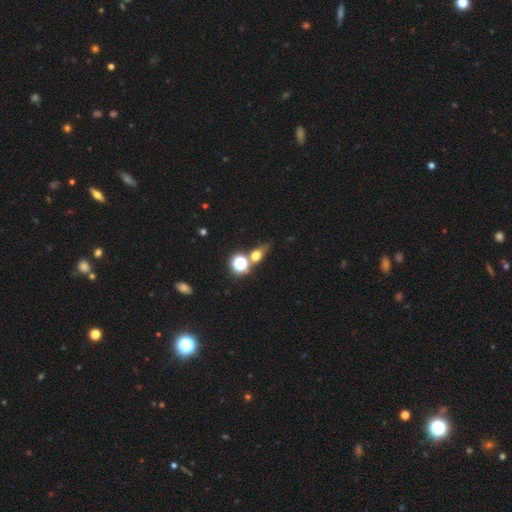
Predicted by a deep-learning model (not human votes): The model was most divided on "how rounded": round: 50%, in between: 39%, cigar-shaped: 10%. More confident: merging — none (56%); smooth or featured — smooth (55%).